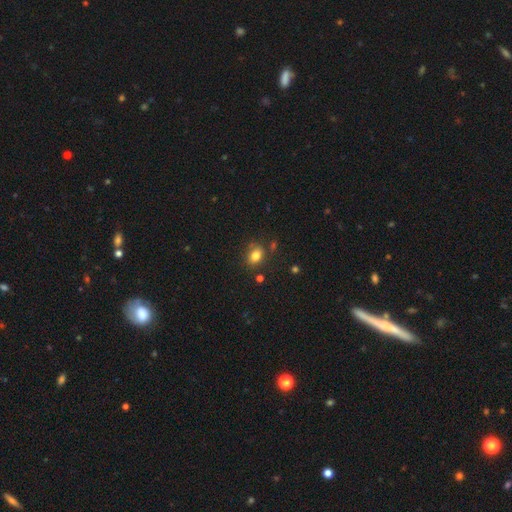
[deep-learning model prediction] Q: Smooth or featured?
A: smooth (81%); runner-up: star or artifact (11%)
Q: How rounded?
A: in between (64%); runner-up: round (35%)
Q: Merging?
A: none (75%); runner-up: minor disturbance (16%)